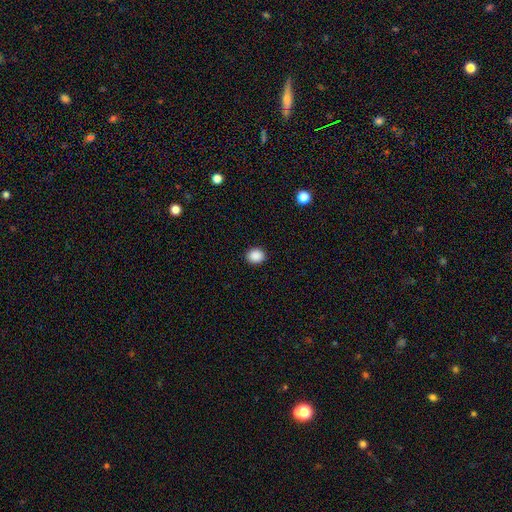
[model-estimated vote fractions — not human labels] smooth-or-featured: smooth: 89% | star or artifact: 9% | featured or disk: 2%
  how-rounded: round: 66% | in between: 33% | cigar-shaped: 1%
  merging: none: 91% | minor disturbance: 6% | major disturbance: 2% | merger: 1%